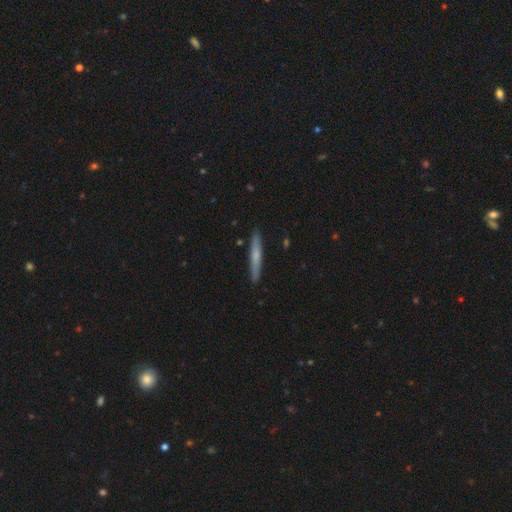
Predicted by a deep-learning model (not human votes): This appears to be a smooth galaxy with no disk features (58%) that is cigar-shaped (96%). Merging: none (90%).